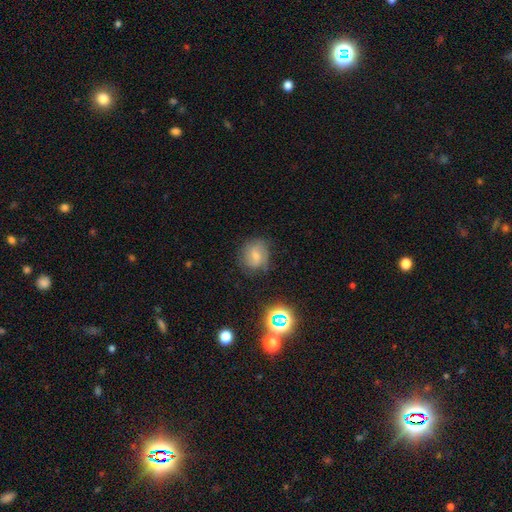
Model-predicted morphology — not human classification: smooth 57%, featured or disk 28%, star or artifact 16%. Down the decision tree: how rounded — round (74%); merging — none (69%).